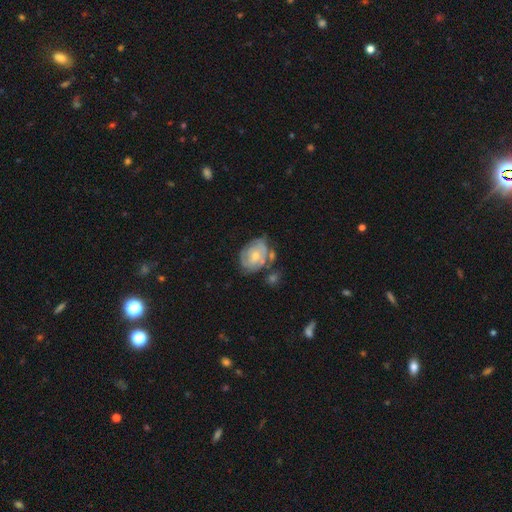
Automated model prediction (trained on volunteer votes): featured or disk 65%, smooth 29%, star or artifact 6%. Down the decision tree: edge-on disk — no (97%); bar — no (72%); spiral arms — yes (72%); bulge size — moderate (53%); merging — none (46%).